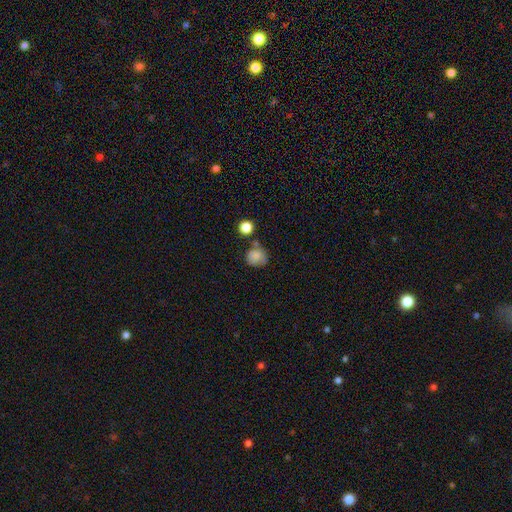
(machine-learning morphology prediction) smooth-or-featured: smooth: 83% | star or artifact: 10% | featured or disk: 7%
  how-rounded: round: 80% | in between: 19% | cigar-shaped: 1%
  merging: none: 60% | minor disturbance: 20% | merger: 13% | major disturbance: 7%